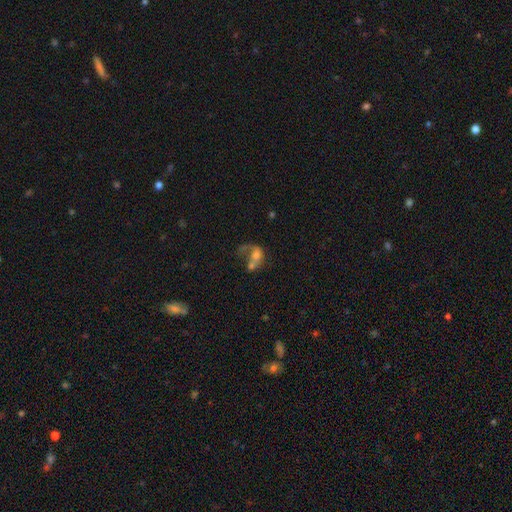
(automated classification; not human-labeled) This is possibly a featured or disk galaxy (46%). Merging: marginally merger (44%).